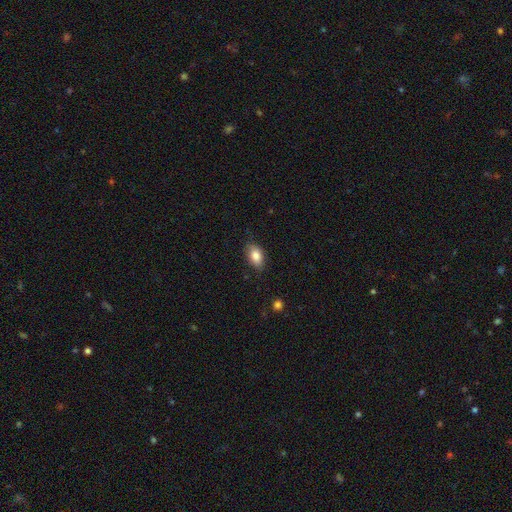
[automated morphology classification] Smooth or featured? smooth (85%)
How rounded? in between (88%)
Merging? none (80%)